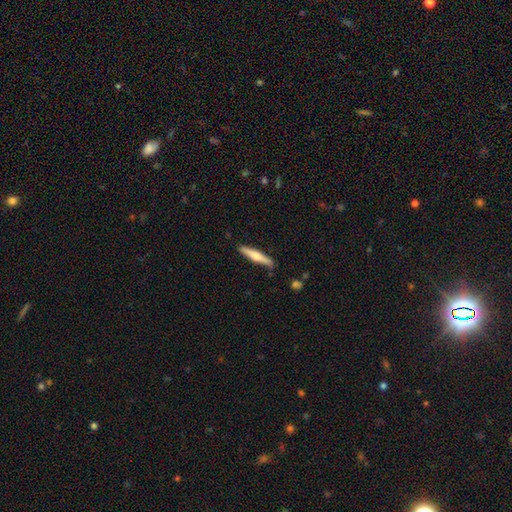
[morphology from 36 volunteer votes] Volunteers were most divided on "smooth or featured": smooth: 50%, featured or disk: 47%, star or artifact: 3%. More confident: how rounded — cigar-shaped (94%); merging — none (89%).